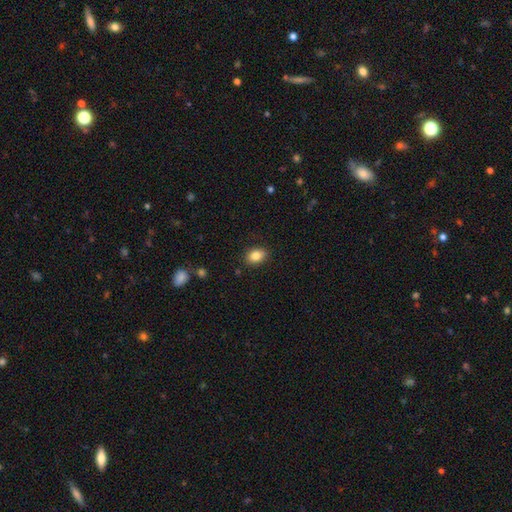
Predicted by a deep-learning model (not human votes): smooth_or_featured: smooth (p=0.84) [alt: star or artifact p=0.09]
how_rounded: in between (p=0.72) [alt: round p=0.27]
merging: none (p=0.87) [alt: minor disturbance p=0.09]